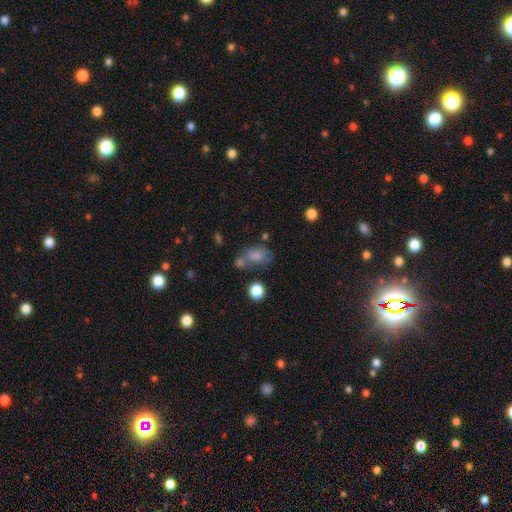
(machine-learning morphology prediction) A smooth galaxy with no disk features (76%) that is in between round and cigar-shaped (81%).

Vote fractions:
- Smooth or featured? smooth: 76% / featured or disk: 13% / star or artifact: 11%
- How rounded? in between: 81% / round: 16% / cigar-shaped: 2%
- Merging? none: 42% / merger: 28% / minor disturbance: 19% / major disturbance: 11%